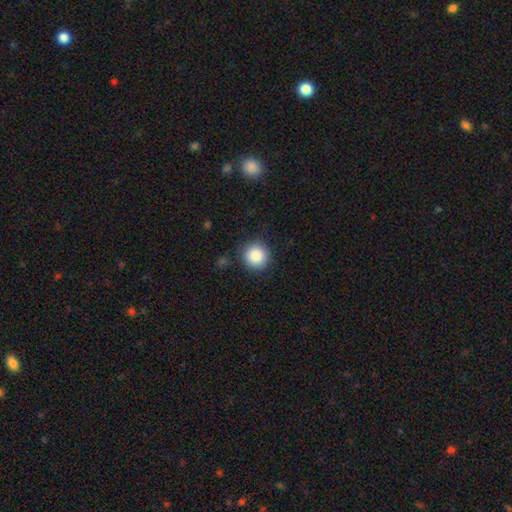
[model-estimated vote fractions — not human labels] This appears to be a smooth galaxy with no disk features (86%) that is round (95%). Merging: none (88%).